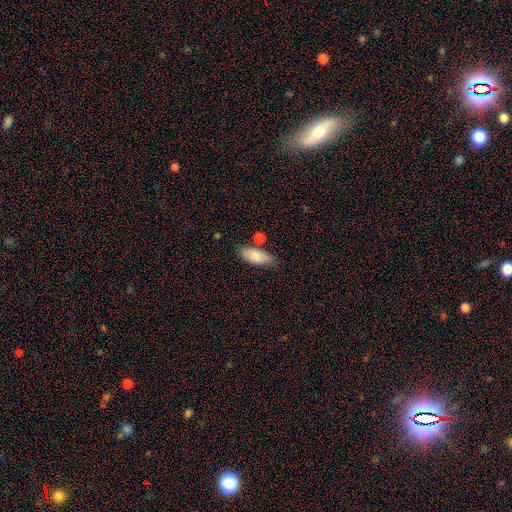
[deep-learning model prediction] Overall: smooth (85%). How rounded: in between (88%). Merging: none (65%).